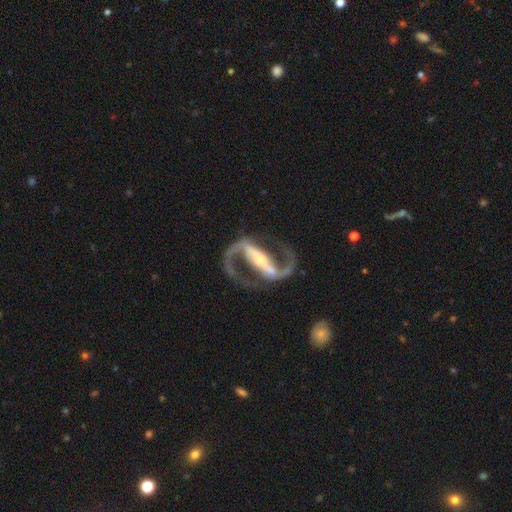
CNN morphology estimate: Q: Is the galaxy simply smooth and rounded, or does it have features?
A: featured or disk — 94%.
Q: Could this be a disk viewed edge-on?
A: no — 96%.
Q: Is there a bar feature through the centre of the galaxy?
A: strong — 77%.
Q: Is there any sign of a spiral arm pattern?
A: yes — 98%.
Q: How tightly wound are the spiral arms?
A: medium — 60%.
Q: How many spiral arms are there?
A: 2 — 94%.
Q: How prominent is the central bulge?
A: small — 54%.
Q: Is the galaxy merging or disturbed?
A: none — 79%.